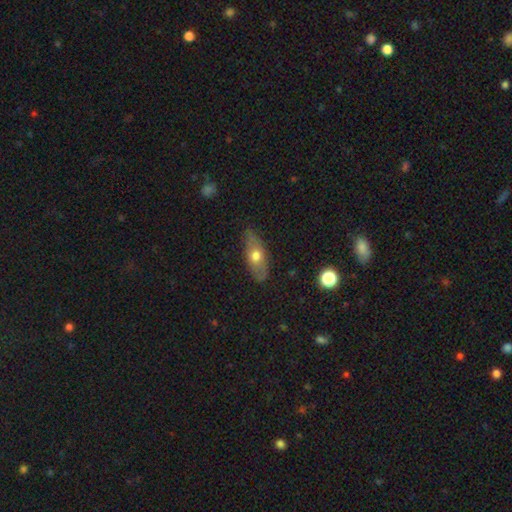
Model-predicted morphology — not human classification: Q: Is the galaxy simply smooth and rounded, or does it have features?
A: smooth — 59%.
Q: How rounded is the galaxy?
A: in between — 78%.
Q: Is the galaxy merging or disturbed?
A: none — 76%.